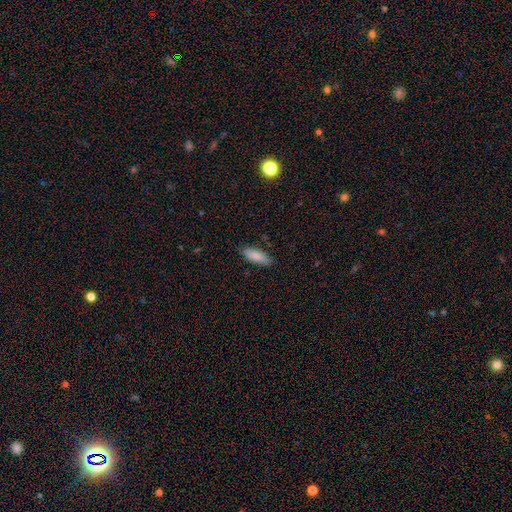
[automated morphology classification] Smooth or featured? Predicted: smooth (p=0.86). How rounded? Predicted: in between (p=0.58). Merging? Predicted: none (p=0.84).